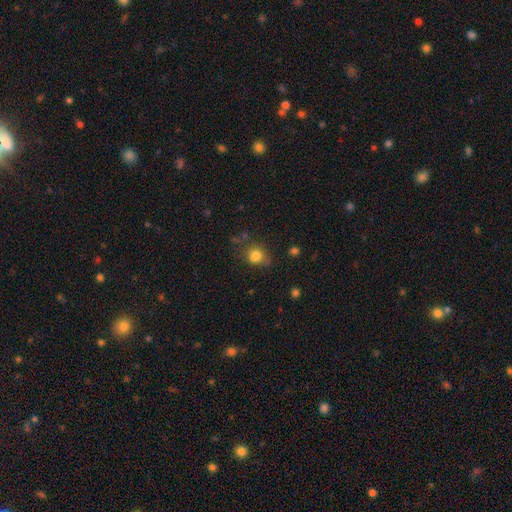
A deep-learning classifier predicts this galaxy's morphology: This is likely a smooth galaxy (80%). How rounded: likely round (71%). Merging: possibly none (59%).